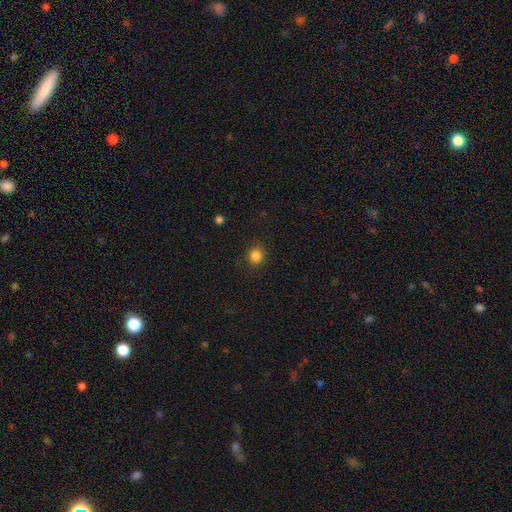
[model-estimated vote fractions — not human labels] Morphology: type=smooth (84%); roundness=round (90%); merging=none (89%).